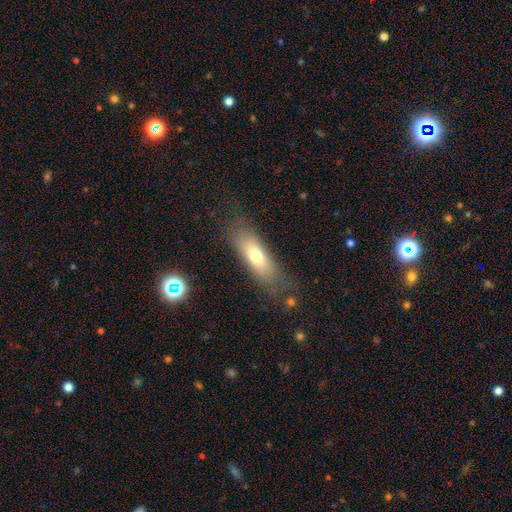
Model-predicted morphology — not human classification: Smooth or featured?
  - smooth: 68% *
  - featured or disk: 23%
  - star or artifact: 8%
How rounded?
  - in between: 62% *
  - cigar-shaped: 35%
  - round: 3%
Merging?
  - none: 72% *
  - minor disturbance: 17%
  - major disturbance: 9%
  - merger: 2%